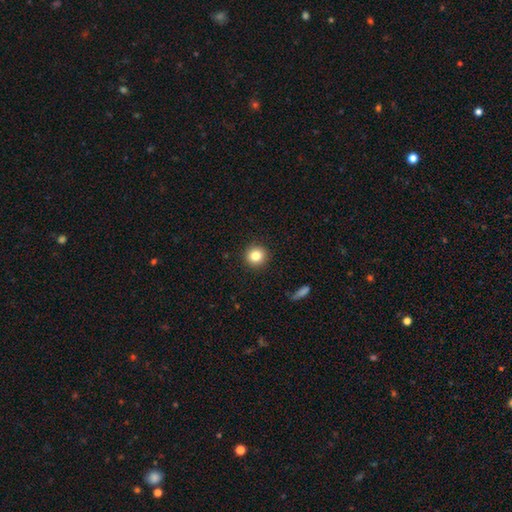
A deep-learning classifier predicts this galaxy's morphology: Q: Smooth or featured?
A: smooth (83%); runner-up: star or artifact (10%)
Q: How rounded?
A: round (94%); runner-up: in between (5%)
Q: Merging?
A: none (91%); runner-up: minor disturbance (6%)